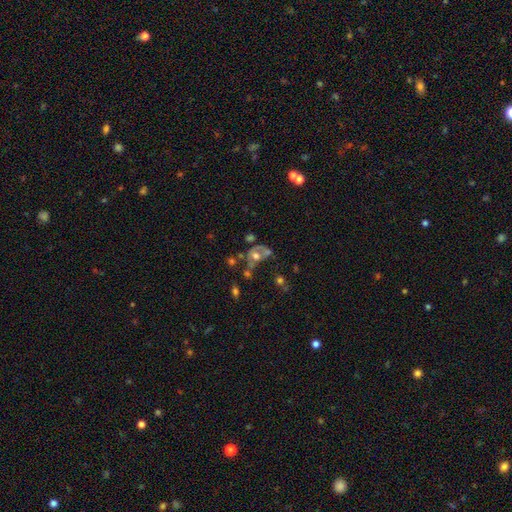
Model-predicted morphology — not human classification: A featured or disk galaxy (45%). Merging: merger (32%).